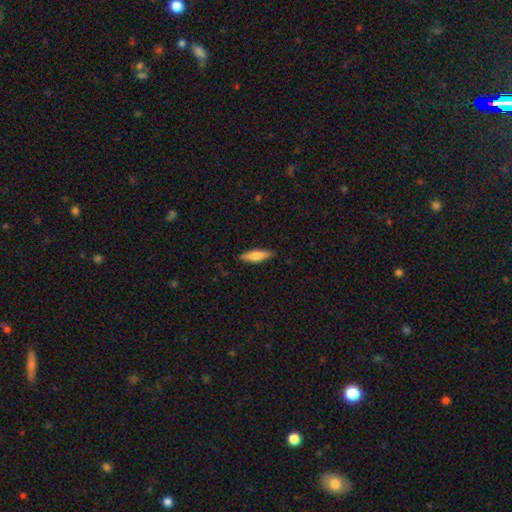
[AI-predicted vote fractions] Smooth or featured? Predicted: smooth (p=0.71). How rounded? Predicted: cigar-shaped (p=0.60). Merging? Predicted: none (p=0.88).